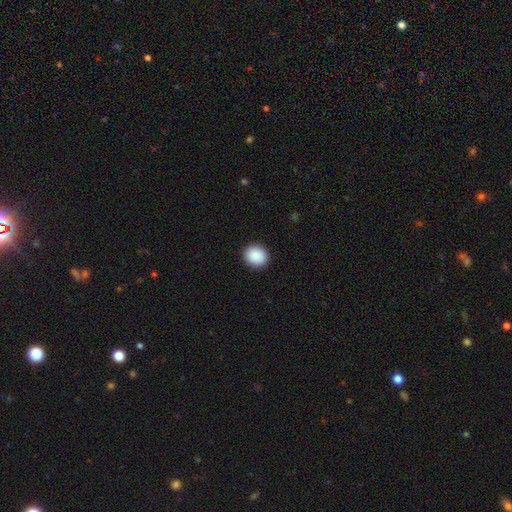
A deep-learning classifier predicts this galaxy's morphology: A smooth galaxy with no disk features (90%) that is round (78%). Merging: none (92%).